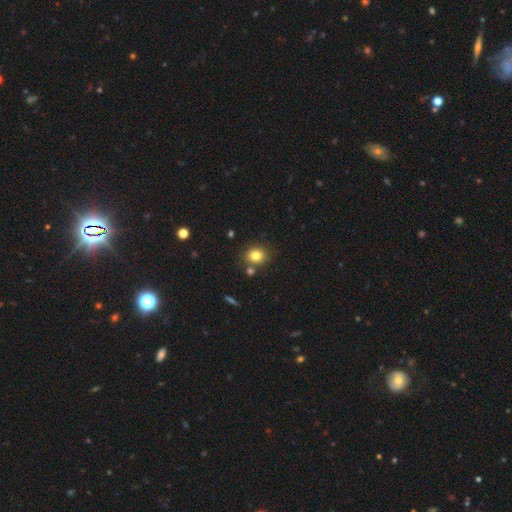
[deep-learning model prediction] Morphology: type=smooth (80%); roundness=round (68%); merging=none (76%).